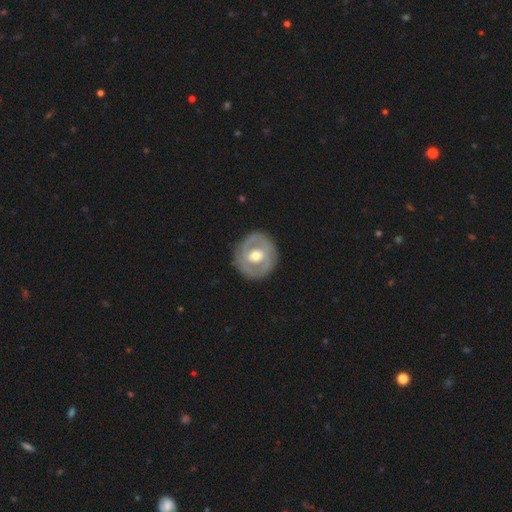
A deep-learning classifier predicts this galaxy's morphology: type=featured or disk (66%); edge-on=no (97%); bar=no (47%); spiral arms=no (51%); bulge=moderate (74%); merging=none (85%).